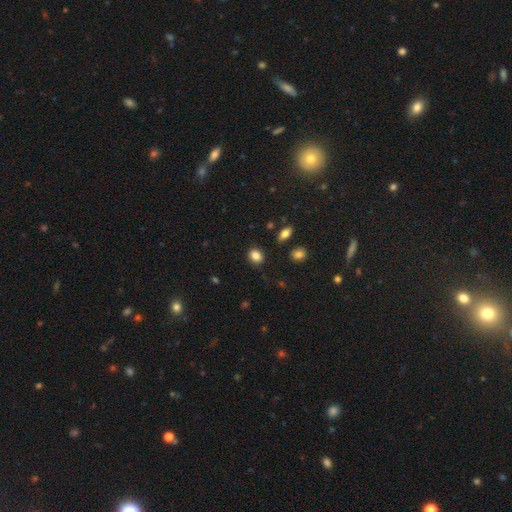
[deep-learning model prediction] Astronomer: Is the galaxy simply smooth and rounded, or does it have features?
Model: smooth — 85%.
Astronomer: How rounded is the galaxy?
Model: round — 58% (runner-up: in between, 41%).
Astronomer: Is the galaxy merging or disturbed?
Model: none — 84%.